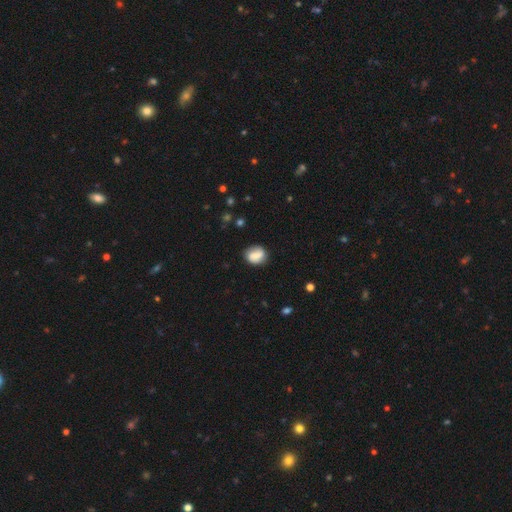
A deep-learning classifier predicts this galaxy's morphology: Smooth or featured? smooth (69%)
How rounded? round (65%)
Merging? none (71%)